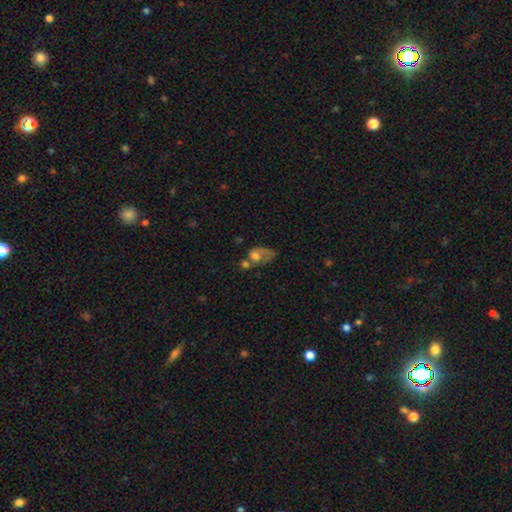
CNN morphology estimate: Q: Smooth or featured?
A: smooth (53%); runner-up: featured or disk (35%)
Q: How rounded?
A: in between (72%); runner-up: round (25%)
Q: Merging?
A: merger (38%); runner-up: major disturbance (31%)